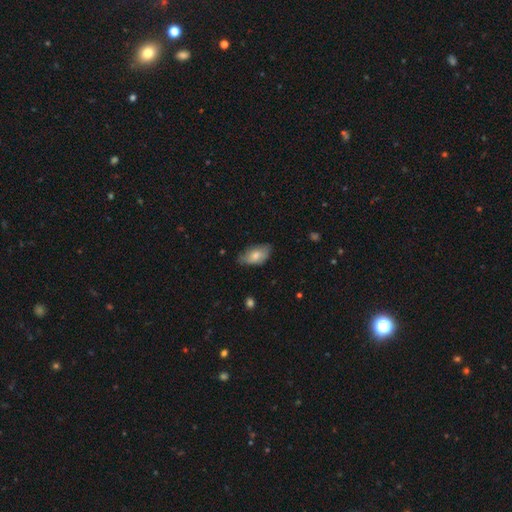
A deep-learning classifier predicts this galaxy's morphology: This is likely a smooth galaxy (74%). How rounded: clearly in between (93%). Merging: likely none (61%).